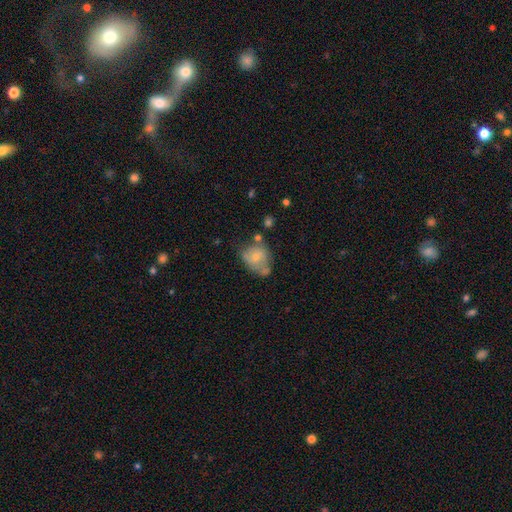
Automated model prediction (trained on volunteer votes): This appears to be a smooth galaxy with no disk features (53%) that is round (50%). Merging: none (45%).